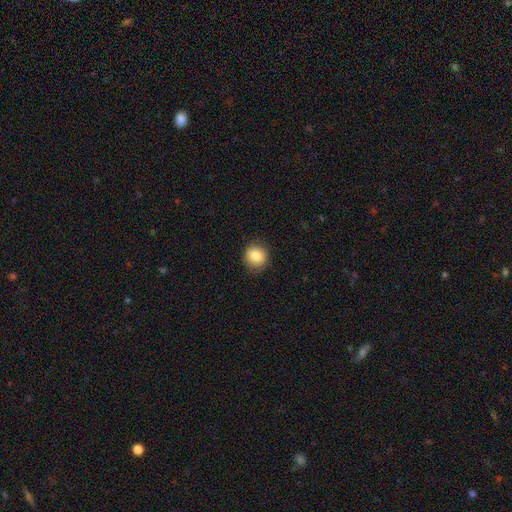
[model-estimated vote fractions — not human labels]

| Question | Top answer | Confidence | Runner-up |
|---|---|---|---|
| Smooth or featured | smooth | 83% | star or artifact (9%) |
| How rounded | round | 88% | in between (11%) |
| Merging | none | 85% | minor disturbance (11%) |